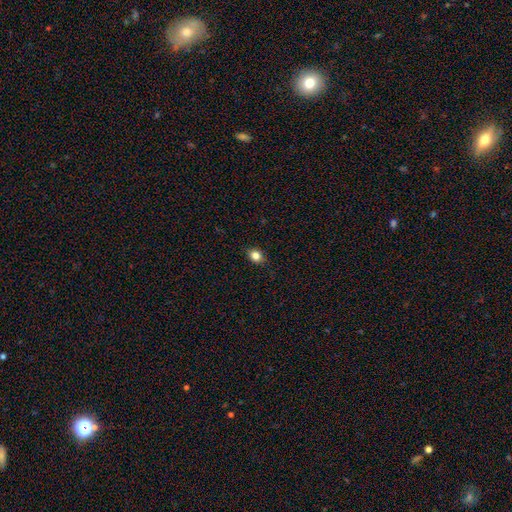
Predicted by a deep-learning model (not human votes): A smooth galaxy with no disk features (82%) that is in between round and cigar-shaped (55%). Merging: none (87%).